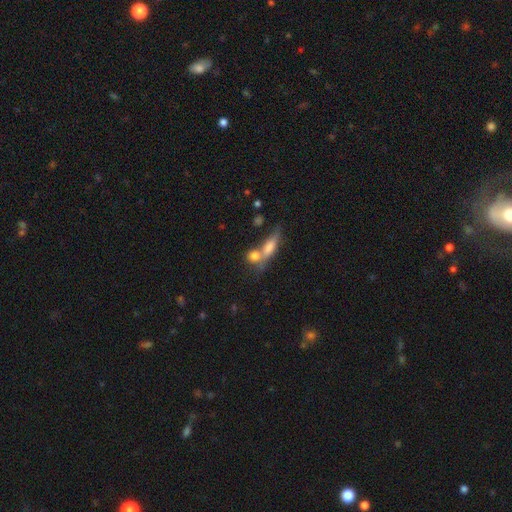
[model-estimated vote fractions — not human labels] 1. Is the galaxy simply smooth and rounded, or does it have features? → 72% smooth, 19% featured or disk, 10% star or artifact.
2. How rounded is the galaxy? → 41% in between, 36% round, 23% cigar-shaped.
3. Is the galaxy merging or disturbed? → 48% merger, 36% none, 10% minor disturbance, 6% major disturbance.